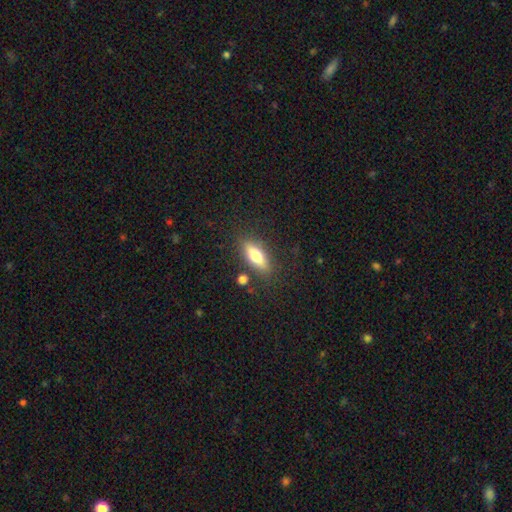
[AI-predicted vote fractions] A smooth galaxy with no disk features (65%) that is in between round and cigar-shaped (64%). Merging: none (81%).